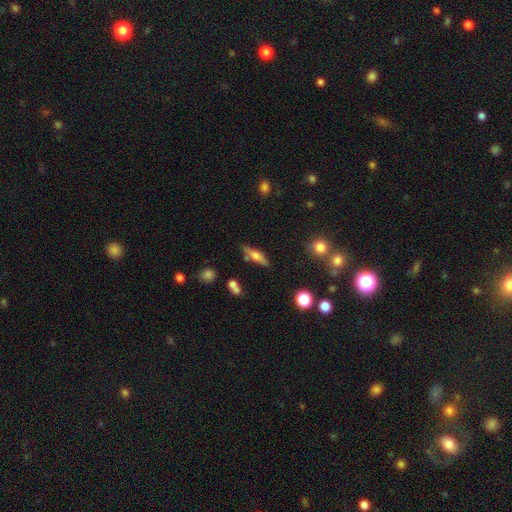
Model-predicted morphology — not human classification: Overall: featured or disk (53%; smooth 39%). Edge-on disk: yes (93%). Merging: none (77%).